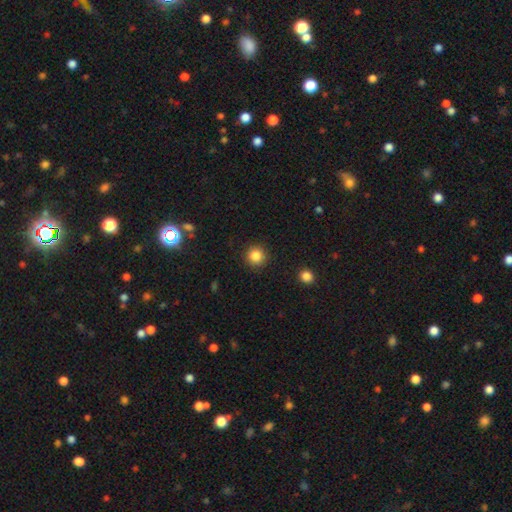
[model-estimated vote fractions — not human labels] A smooth galaxy with no disk features (84%) that is round (93%). Merging: none (91%).